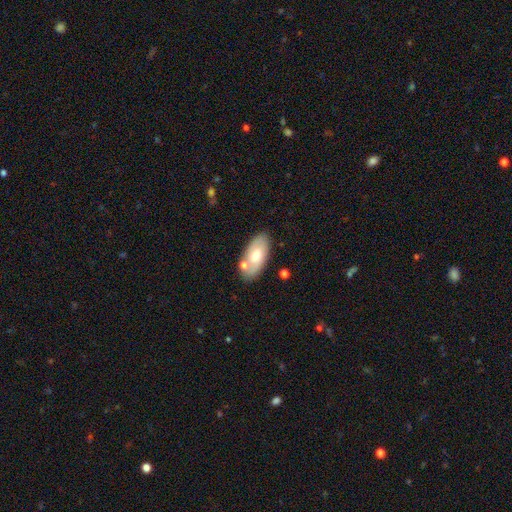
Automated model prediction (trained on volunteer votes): Morphology: type=smooth (58%); roundness=in between (92%); merging=none (72%).